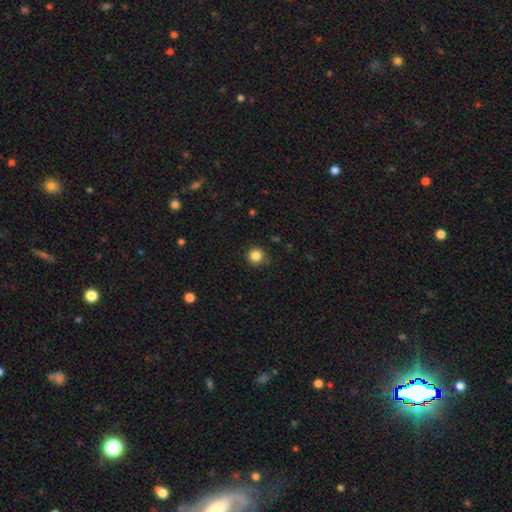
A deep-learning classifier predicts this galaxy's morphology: Overall: smooth (84%). How rounded: round (95%). Merging: none (89%).